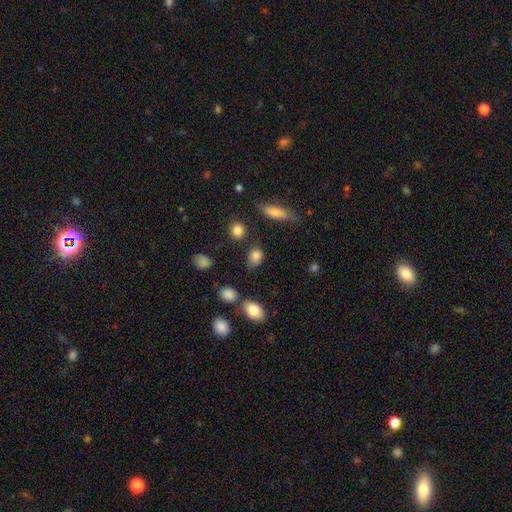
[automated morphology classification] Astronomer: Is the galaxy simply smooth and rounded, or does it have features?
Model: smooth — 82%.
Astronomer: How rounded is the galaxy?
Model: in between — 64%.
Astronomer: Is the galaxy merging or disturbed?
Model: none — 71%.